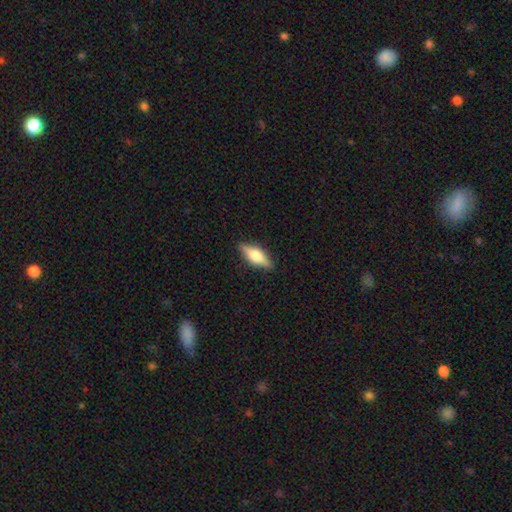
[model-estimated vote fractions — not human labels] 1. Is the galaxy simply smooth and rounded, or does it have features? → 54% featured or disk, 40% smooth, 7% star or artifact.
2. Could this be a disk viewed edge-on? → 94% yes, 6% no.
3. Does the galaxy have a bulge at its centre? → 90% rounded, 8% boxy, 2% none.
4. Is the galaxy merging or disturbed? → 88% none, 9% minor disturbance, 2% major disturbance, 1% merger.